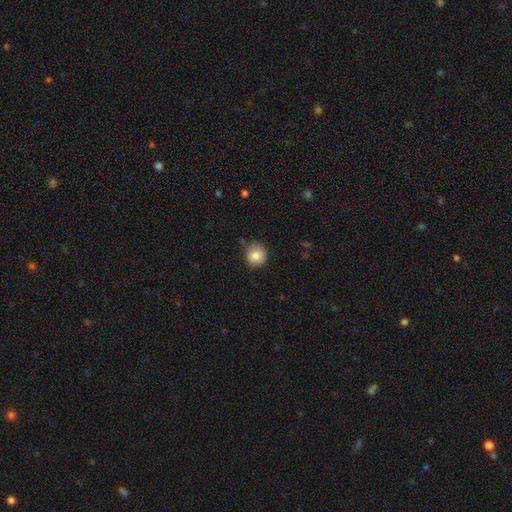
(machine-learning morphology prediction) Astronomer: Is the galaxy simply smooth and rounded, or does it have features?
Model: smooth — 84%.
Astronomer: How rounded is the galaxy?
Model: round — 89%.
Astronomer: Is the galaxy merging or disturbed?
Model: none — 79%.